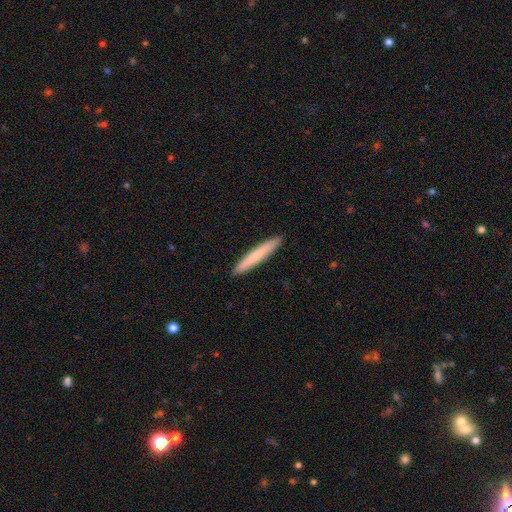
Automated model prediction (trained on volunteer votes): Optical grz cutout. It shows a smooth galaxy with no disk features (71%) that is cigar-shaped (96%). Merging: none (92%).